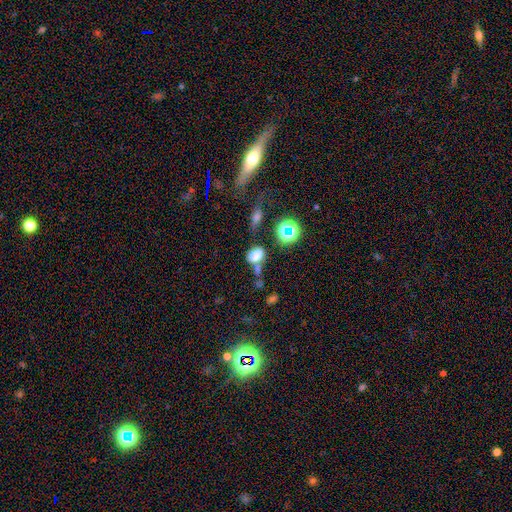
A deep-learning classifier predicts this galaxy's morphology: A smooth galaxy with no disk features (69%) that is in between round and cigar-shaped (66%).

Vote fractions:
- Smooth or featured? smooth: 69% / star or artifact: 18% / featured or disk: 12%
- How rounded? in between: 66% / round: 32% / cigar-shaped: 2%
- Merging? none: 54% / merger: 22% / minor disturbance: 17% / major disturbance: 8%